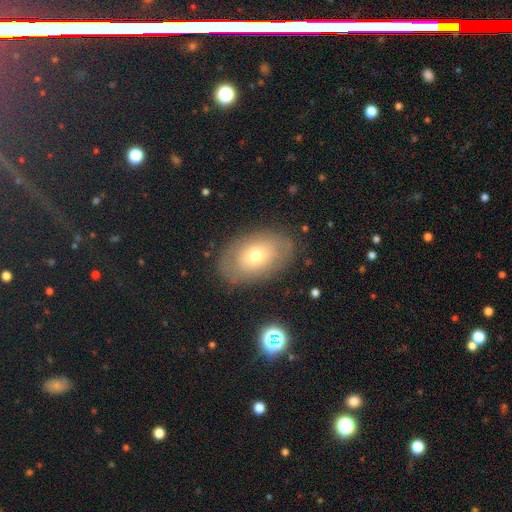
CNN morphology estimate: smooth-or-featured: smooth: 57% | featured or disk: 34% | star or artifact: 10%
  how-rounded: in between: 86% | round: 13% | cigar-shaped: 1%
  merging: none: 82% | minor disturbance: 12% | major disturbance: 5% | merger: 1%